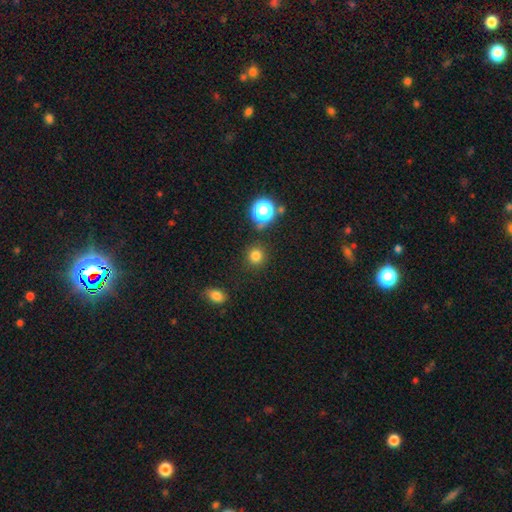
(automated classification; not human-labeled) smooth 77%, star or artifact 18%, featured or disk 5%. Down the decision tree: how rounded — round (92%); merging — none (87%).